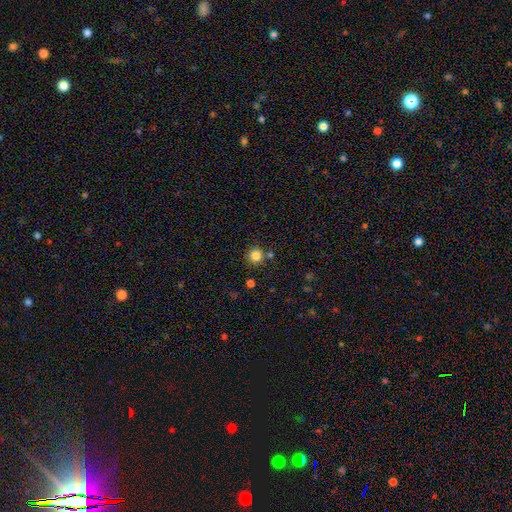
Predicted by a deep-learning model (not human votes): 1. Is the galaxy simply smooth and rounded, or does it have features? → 84% smooth, 12% star or artifact, 4% featured or disk.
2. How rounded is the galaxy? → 94% round, 5% in between, 1% cigar-shaped.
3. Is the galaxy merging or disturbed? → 81% none, 9% minor disturbance, 8% merger, 3% major disturbance.